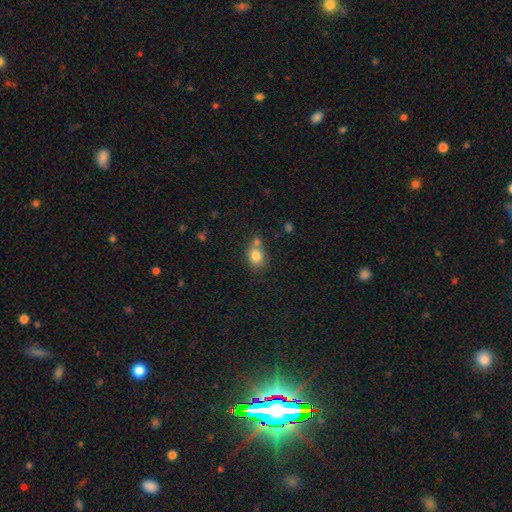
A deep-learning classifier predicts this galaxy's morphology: The model was most divided on "how rounded": round: 62%, in between: 37%, cigar-shaped: 1%. More confident: smooth or featured — smooth (81%); merging — none (54%).